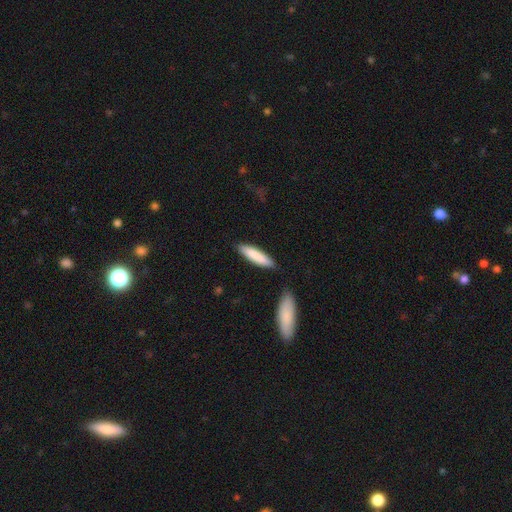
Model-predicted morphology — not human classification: smooth_or_featured: smooth (p=0.85) [alt: featured or disk p=0.10]
how_rounded: cigar-shaped (p=0.76) [alt: in between p=0.23]
merging: none (p=0.83) [alt: minor disturbance p=0.11]